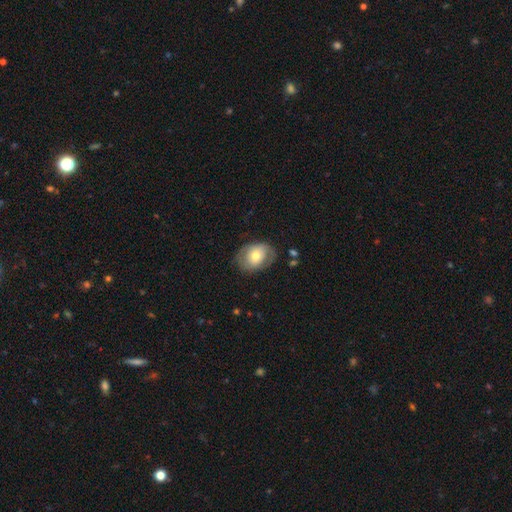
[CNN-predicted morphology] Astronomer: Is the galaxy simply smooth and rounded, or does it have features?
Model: smooth — 53% (runner-up: featured or disk, 40%).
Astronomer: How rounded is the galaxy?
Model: in between — 65%.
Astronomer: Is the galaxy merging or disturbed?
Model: none — 69%.